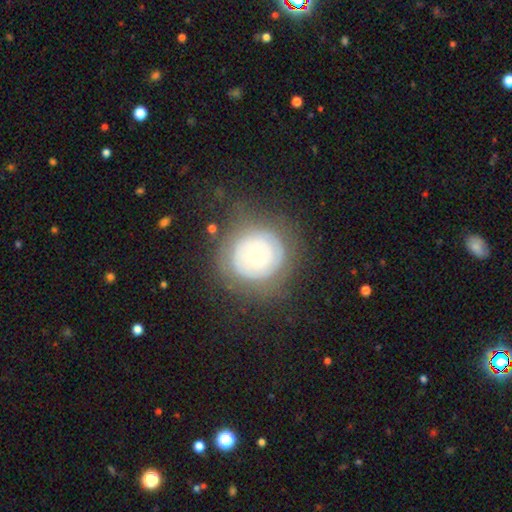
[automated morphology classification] A featured or disk galaxy (59%) with no bar (89%), no spiral arms (56%) and a moderate central bulge (52%). Merging: none (70%).